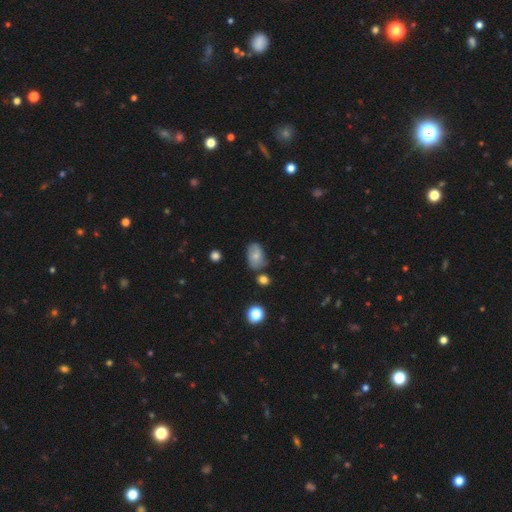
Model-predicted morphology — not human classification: A smooth galaxy with no disk features (62%) that is in between round and cigar-shaped (82%). Merging: none (58%).